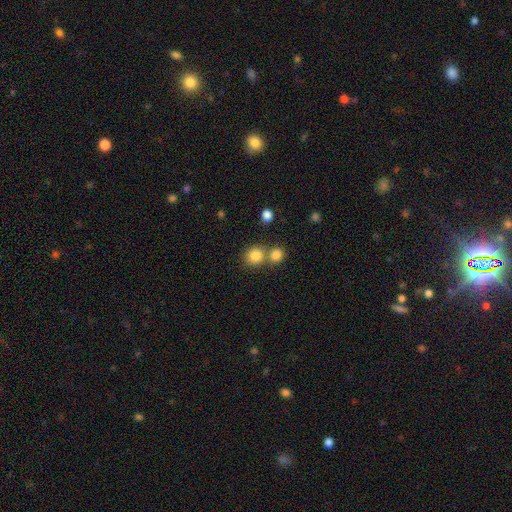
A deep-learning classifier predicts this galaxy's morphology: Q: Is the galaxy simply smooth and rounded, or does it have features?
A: smooth — 83%.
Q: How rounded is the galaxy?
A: round — 86%.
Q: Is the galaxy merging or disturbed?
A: none — 56%.